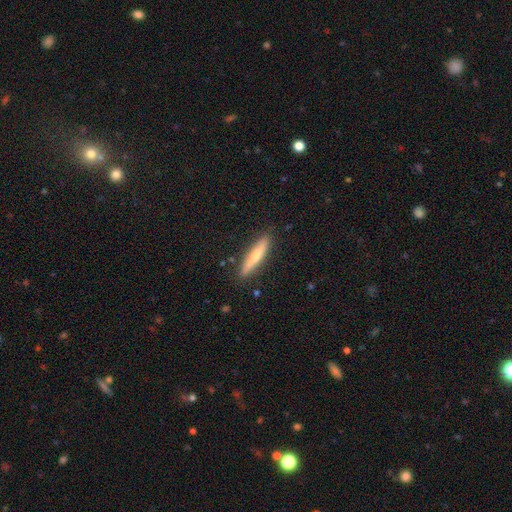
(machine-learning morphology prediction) This is likely a smooth galaxy (62%). How rounded: clearly cigar-shaped (88%). Merging: clearly none (86%).